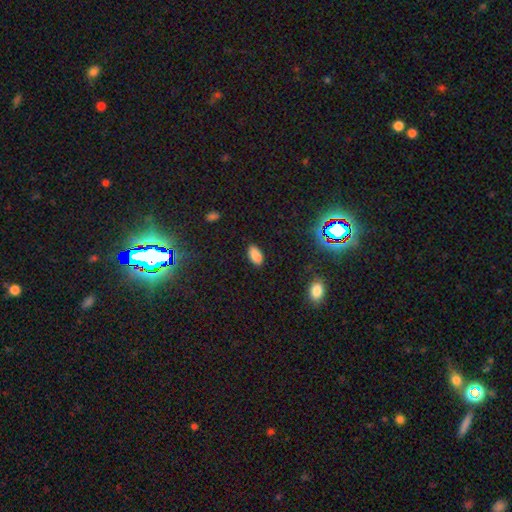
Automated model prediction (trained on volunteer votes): Smooth or featured? smooth (84%)
How rounded? in between (93%)
Merging? none (86%)